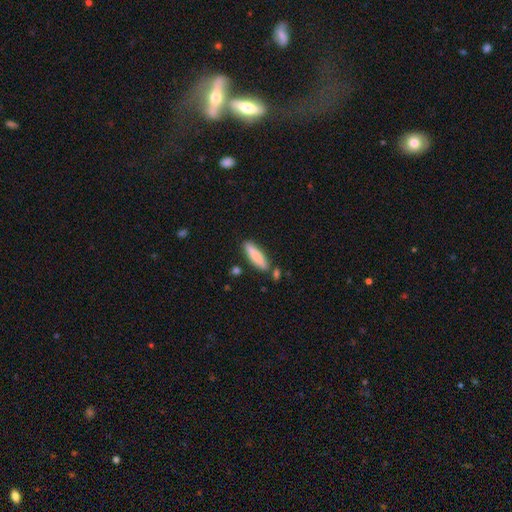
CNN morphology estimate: type=smooth (83%); roundness=cigar-shaped (67%); merging=none (78%).